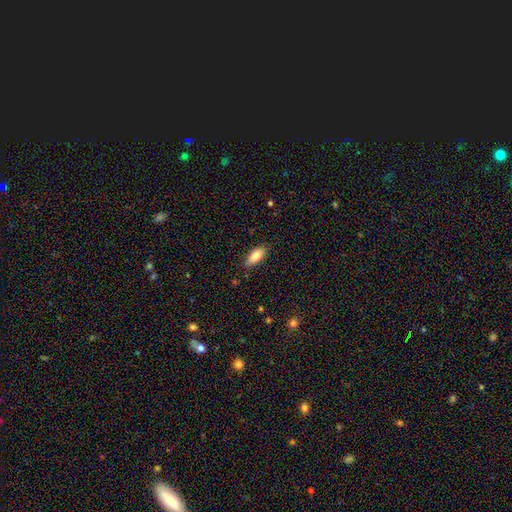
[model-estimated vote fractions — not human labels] This is likely a smooth galaxy (79%). How rounded: likely in between (79%). Merging: clearly none (85%).